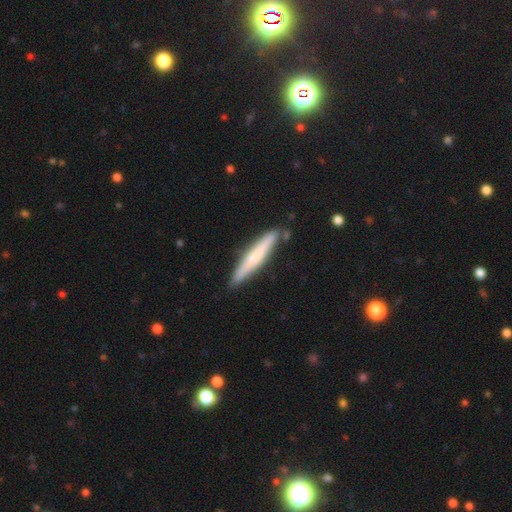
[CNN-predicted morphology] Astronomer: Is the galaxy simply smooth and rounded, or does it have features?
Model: smooth — 57% (runner-up: featured or disk, 37%).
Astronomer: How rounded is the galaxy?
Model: cigar-shaped — 93%.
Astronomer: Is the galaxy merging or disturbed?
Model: none — 83%.